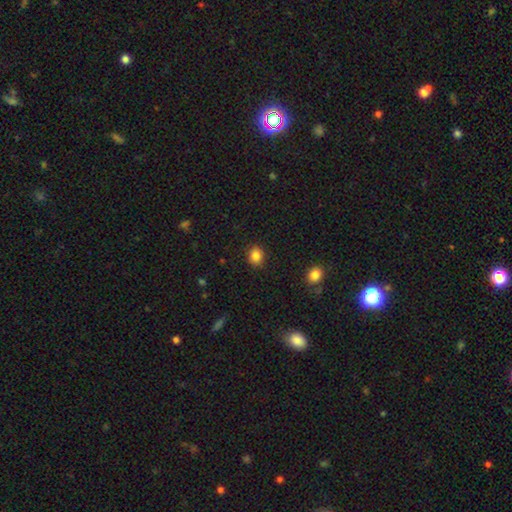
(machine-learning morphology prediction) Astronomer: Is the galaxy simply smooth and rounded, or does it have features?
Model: smooth — 85%.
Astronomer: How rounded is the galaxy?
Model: round — 65%.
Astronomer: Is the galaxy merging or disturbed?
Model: none — 89%.